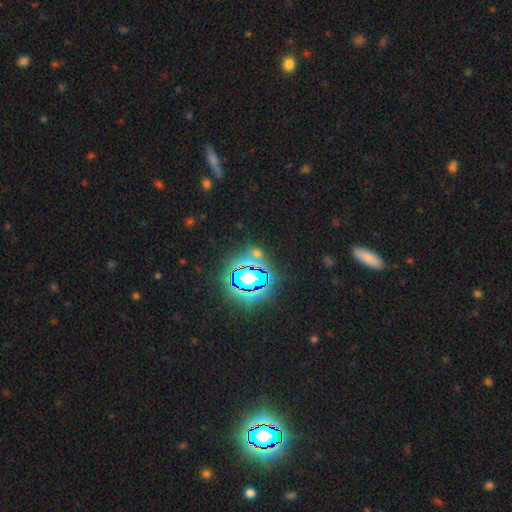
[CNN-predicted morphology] Q: Smooth or featured?
A: star or artifact (72%); runner-up: smooth (17%)